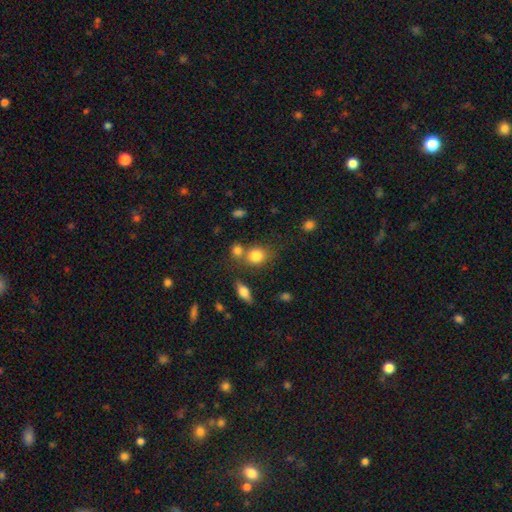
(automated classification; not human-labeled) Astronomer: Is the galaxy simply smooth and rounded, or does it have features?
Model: smooth — 81%.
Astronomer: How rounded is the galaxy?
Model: round — 69%.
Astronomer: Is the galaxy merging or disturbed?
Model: none — 57%.